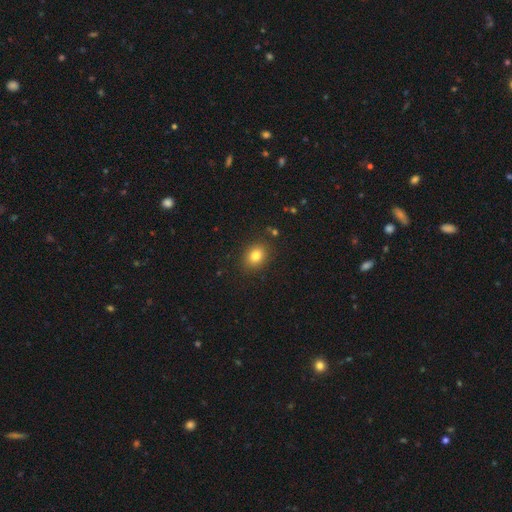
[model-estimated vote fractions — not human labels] A smooth galaxy with no disk features (81%) that is in between round and cigar-shaped (50%).

Vote fractions:
- Smooth or featured? smooth: 81% / star or artifact: 11% / featured or disk: 7%
- How rounded? in between: 50% / round: 49% / cigar-shaped: 1%
- Merging? none: 87% / minor disturbance: 9% / major disturbance: 3% / merger: 2%